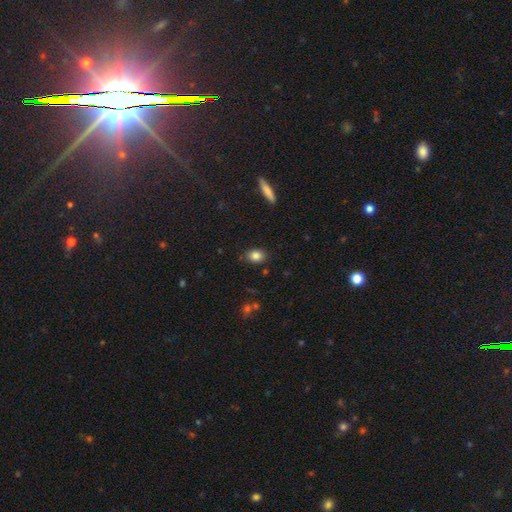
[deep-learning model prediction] Smooth or featured? smooth (84%)
How rounded? in between (70%)
Merging? none (84%)